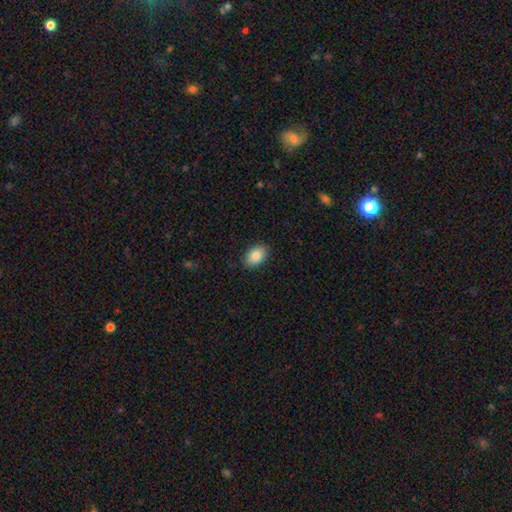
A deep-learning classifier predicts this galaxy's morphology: smooth_or_featured: smooth (p=0.87) [alt: star or artifact p=0.07]
how_rounded: in between (p=0.87) [alt: round p=0.12]
merging: none (p=0.89) [alt: minor disturbance p=0.08]